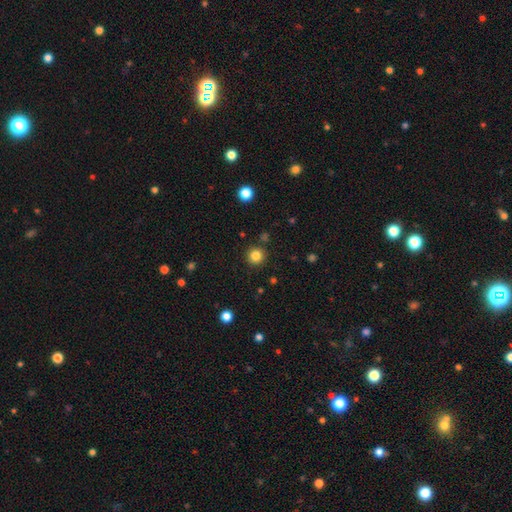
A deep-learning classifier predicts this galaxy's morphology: The model was most divided on "smooth or featured": smooth: 83%, star or artifact: 13%, featured or disk: 5%. More confident: how rounded — round (94%); merging — none (90%).